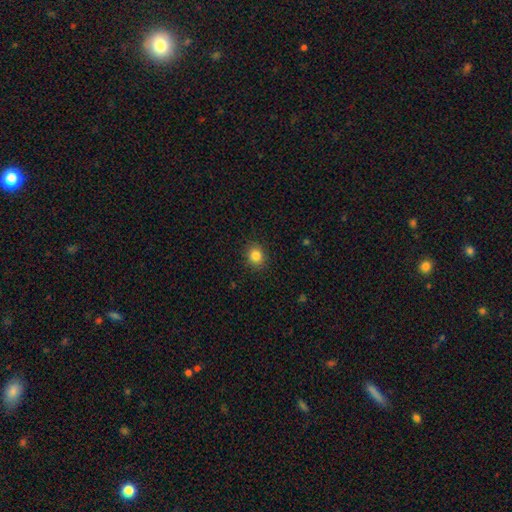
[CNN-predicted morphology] smooth 85%, star or artifact 11%, featured or disk 5%. Down the decision tree: how rounded — round (70%); merging — none (89%).